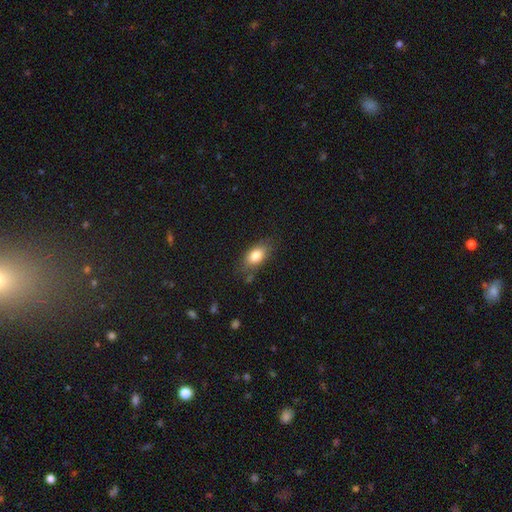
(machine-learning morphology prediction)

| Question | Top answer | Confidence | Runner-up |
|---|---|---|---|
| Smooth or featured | smooth | 80% | featured or disk (12%) |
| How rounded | in between | 87% | round (7%) |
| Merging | none | 75% | minor disturbance (19%) |